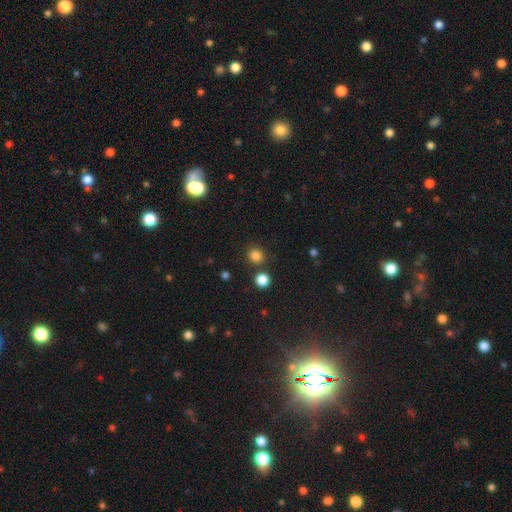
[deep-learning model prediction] This appears to be a smooth galaxy with no disk features (82%) that is round (90%). Merging: none (84%).